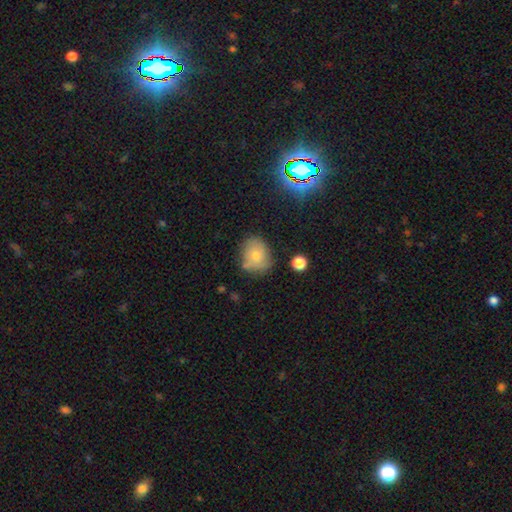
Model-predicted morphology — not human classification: A smooth galaxy with no disk features (72%) that is round (57%). Merging: none (57%).